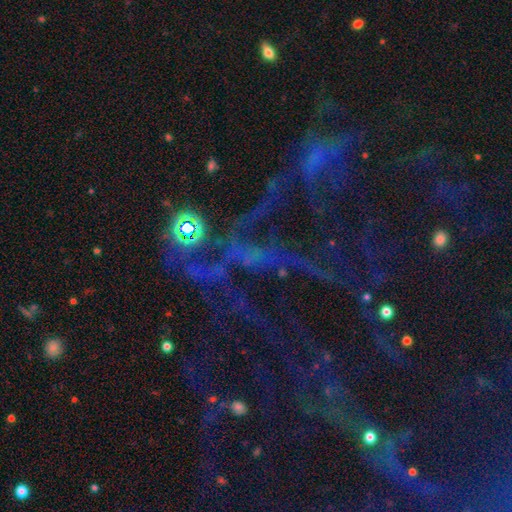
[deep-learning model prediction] smooth-or-featured: star or artifact: 75% | featured or disk: 13% | smooth: 13%